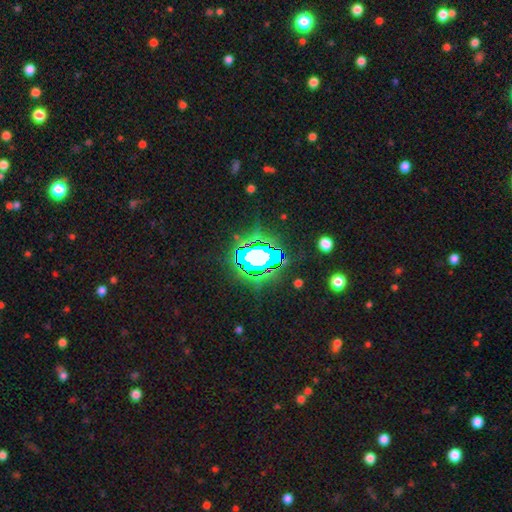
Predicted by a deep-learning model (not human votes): Smooth or featured?
  - star or artifact: 63% *
  - smooth: 19%
  - featured or disk: 18%